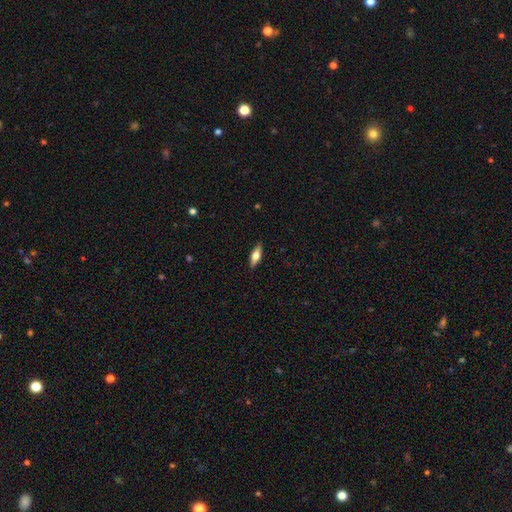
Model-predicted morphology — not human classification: This is possibly a smooth galaxy (51%). How rounded: possibly in between (58%). Merging: clearly none (89%).